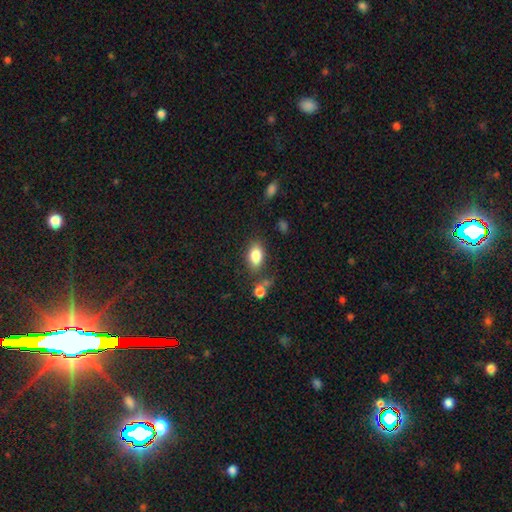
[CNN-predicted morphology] Smooth or featured? smooth (84%)
How rounded? in between (87%)
Merging? none (74%)